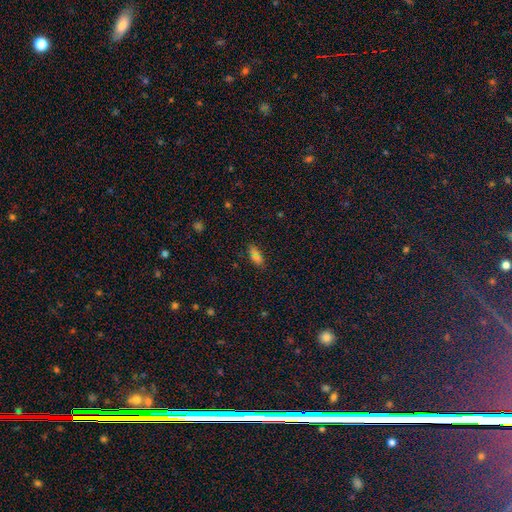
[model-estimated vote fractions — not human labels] Smooth or featured?
  - smooth: 72% *
  - featured or disk: 14%
  - star or artifact: 14%
How rounded?
  - in between: 82% *
  - cigar-shaped: 14%
  - round: 4%
Merging?
  - none: 80% *
  - minor disturbance: 14%
  - major disturbance: 3%
  - merger: 3%